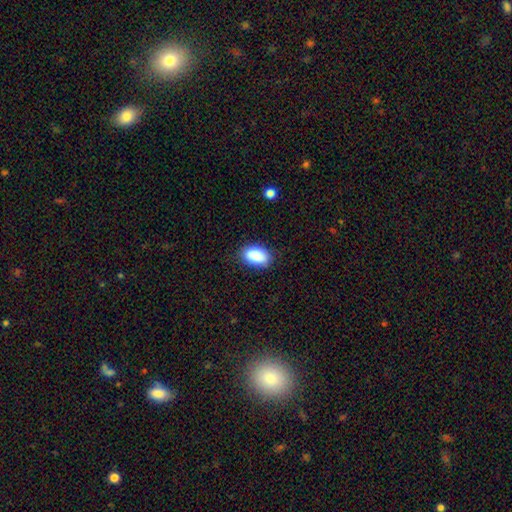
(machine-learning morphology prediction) Smooth or featured? smooth (89%)
How rounded? in between (93%)
Merging? none (85%)